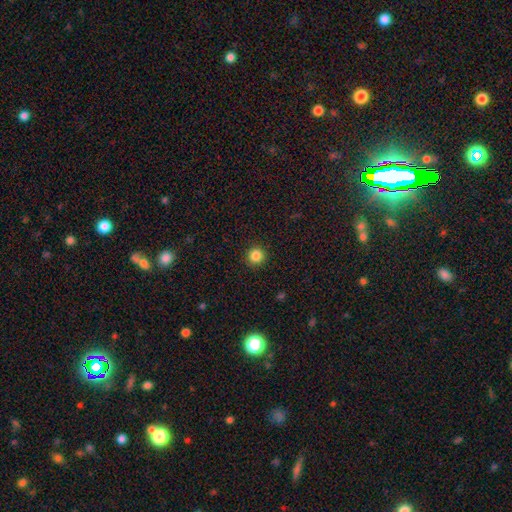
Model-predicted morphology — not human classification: This appears to be a smooth galaxy with no disk features (85%) that is round (95%). Merging: none (92%).